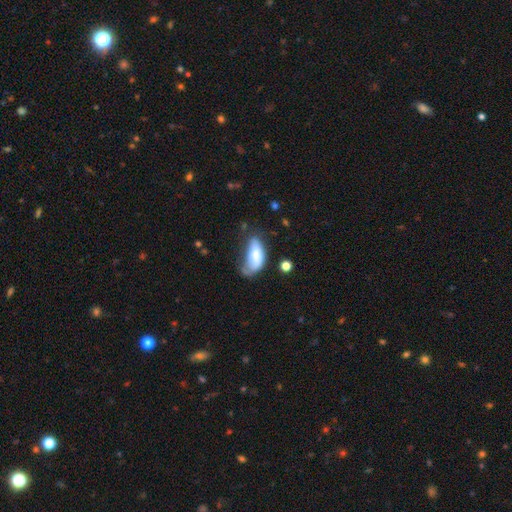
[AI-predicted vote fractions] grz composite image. It shows a smooth galaxy with no disk features (71%) that is in between round and cigar-shaped (88%). Merging: minor disturbance (36%).